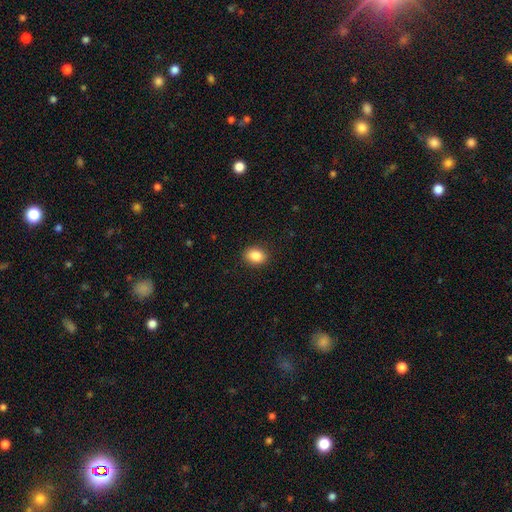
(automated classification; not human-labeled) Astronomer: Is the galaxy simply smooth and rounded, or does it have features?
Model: smooth — 87%.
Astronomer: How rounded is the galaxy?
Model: in between — 62%.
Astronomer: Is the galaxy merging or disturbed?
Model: none — 90%.